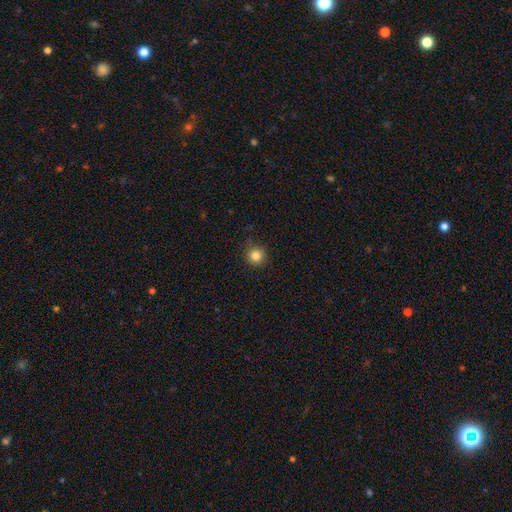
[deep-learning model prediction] Smooth or featured?
  - smooth: 83% *
  - star or artifact: 12%
  - featured or disk: 5%
How rounded?
  - round: 95% *
  - in between: 4%
  - cigar-shaped: 1%
Merging?
  - none: 86% *
  - minor disturbance: 11%
  - major disturbance: 3%
  - merger: 1%